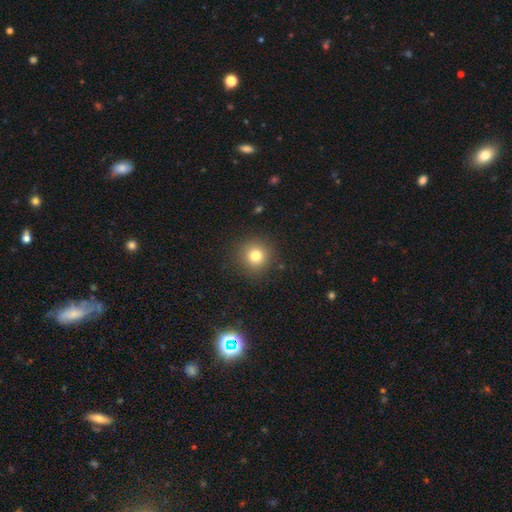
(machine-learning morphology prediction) Q: Smooth or featured?
A: smooth (79%); runner-up: star or artifact (13%)
Q: How rounded?
A: round (92%); runner-up: in between (7%)
Q: Merging?
A: none (88%); runner-up: minor disturbance (7%)